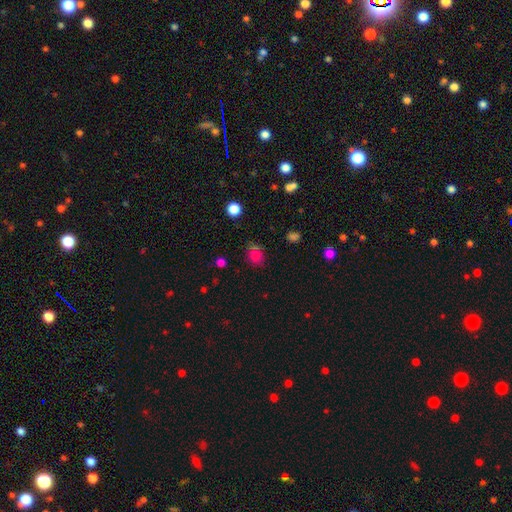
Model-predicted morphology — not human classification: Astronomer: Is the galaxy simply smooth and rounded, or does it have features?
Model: smooth — 74%.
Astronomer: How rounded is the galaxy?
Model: round — 51% (runner-up: in between, 48%).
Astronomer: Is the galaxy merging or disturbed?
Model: none — 71%.